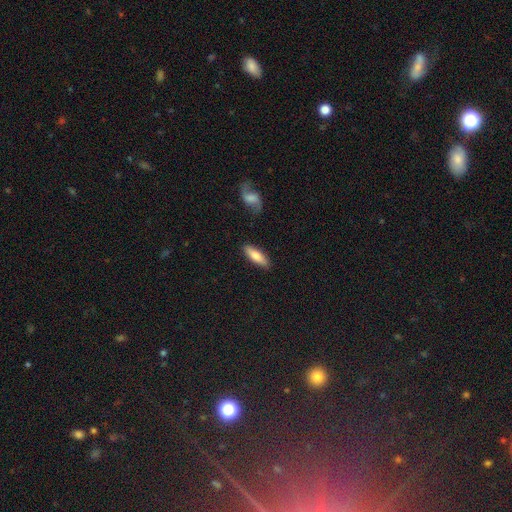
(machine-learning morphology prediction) type=smooth (73%); roundness=in between (55%); merging=none (85%).